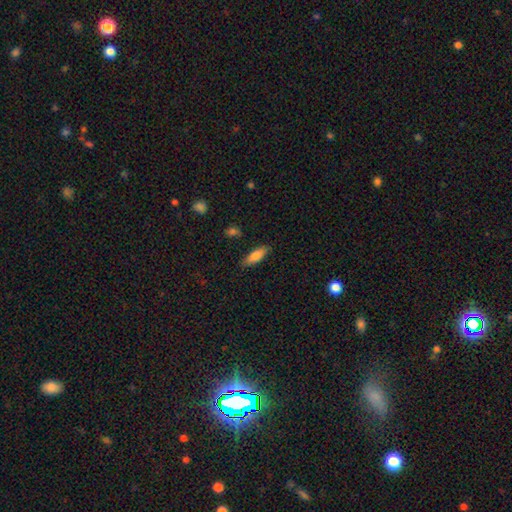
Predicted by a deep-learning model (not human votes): smooth 80%, featured or disk 13%, star or artifact 7%. Down the decision tree: how rounded — in between (60%); merging — none (82%).